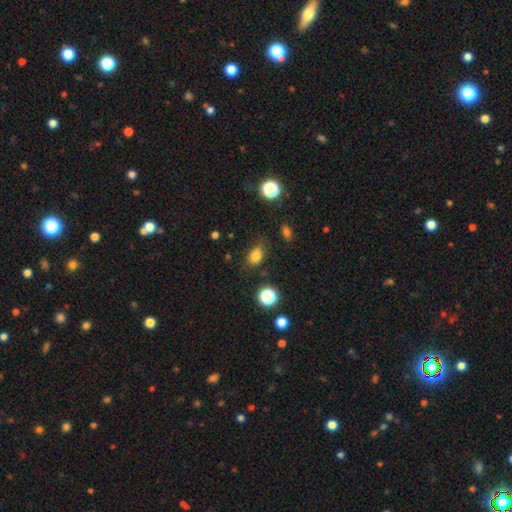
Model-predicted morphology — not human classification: A smooth galaxy with no disk features (79%) that is in between round and cigar-shaped (69%). Merging: none (78%).